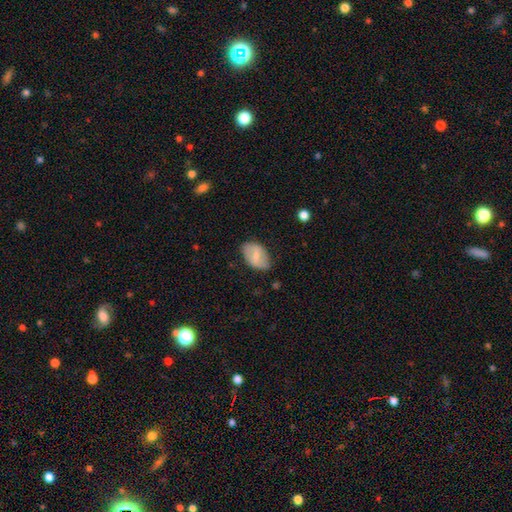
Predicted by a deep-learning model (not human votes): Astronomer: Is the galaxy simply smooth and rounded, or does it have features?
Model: smooth — 60%.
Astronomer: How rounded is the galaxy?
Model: in between — 90%.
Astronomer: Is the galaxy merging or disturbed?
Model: none — 75%.